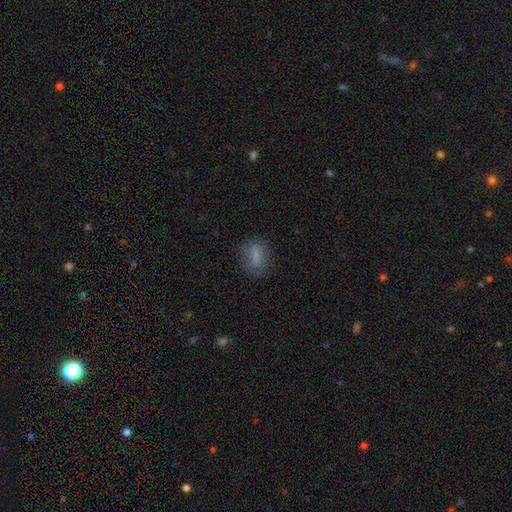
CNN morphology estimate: Q: Smooth or featured?
A: smooth (71%); runner-up: featured or disk (18%)
Q: How rounded?
A: in between (60%); runner-up: round (33%)
Q: Merging?
A: none (71%); runner-up: minor disturbance (18%)